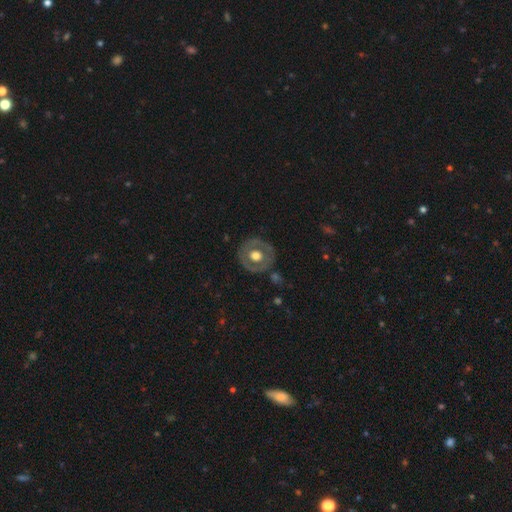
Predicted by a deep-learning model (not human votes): A featured or disk galaxy (52%).

Vote fractions:
- Smooth or featured? featured or disk: 52% / smooth: 42% / star or artifact: 6%
- Edge-on disk? no: 95% / yes: 5%
- Merging? none: 81% / minor disturbance: 12% / major disturbance: 4% / merger: 2%